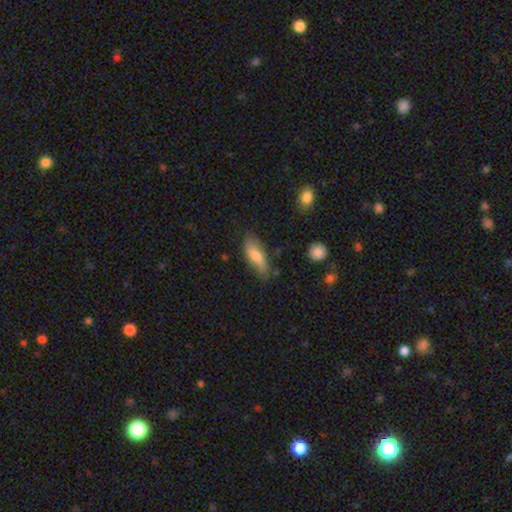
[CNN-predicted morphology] A smooth galaxy with no disk features (69%) that is in between round and cigar-shaped (65%).

Vote fractions:
- Smooth or featured? smooth: 69% / featured or disk: 25% / star or artifact: 6%
- How rounded? in between: 65% / cigar-shaped: 33% / round: 2%
- Merging? none: 72% / minor disturbance: 21% / major disturbance: 4% / merger: 2%